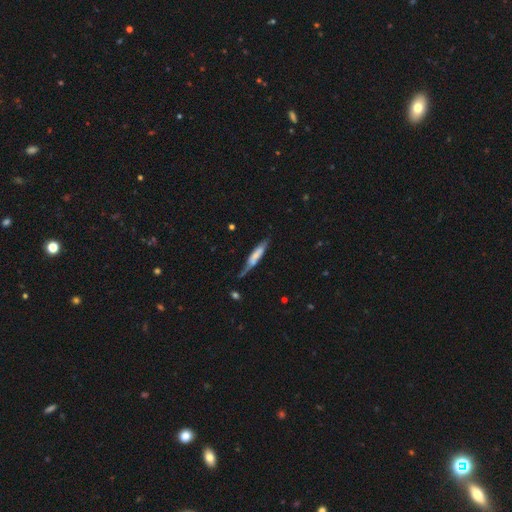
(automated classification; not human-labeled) Smooth or featured? Predicted: smooth (p=0.53). How rounded? Predicted: cigar-shaped (p=0.86). Merging? Predicted: none (p=0.54).